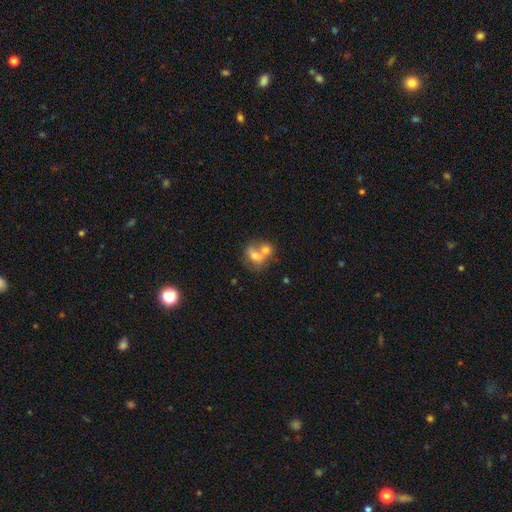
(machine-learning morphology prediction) Overall: smooth (62%; featured or disk 28%). How rounded: round (50%; in between 49%). Merging: merger (62%; none 25%).